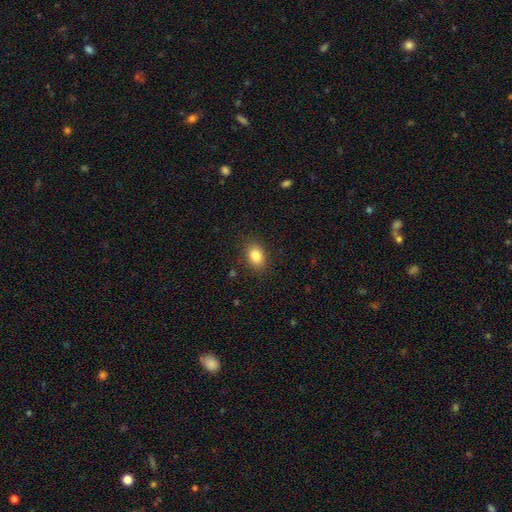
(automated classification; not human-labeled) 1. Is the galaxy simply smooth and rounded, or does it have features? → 84% smooth, 10% star or artifact, 7% featured or disk.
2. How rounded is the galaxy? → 66% in between, 33% round, 1% cigar-shaped.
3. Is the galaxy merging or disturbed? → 87% none, 9% minor disturbance, 3% major disturbance, 1% merger.